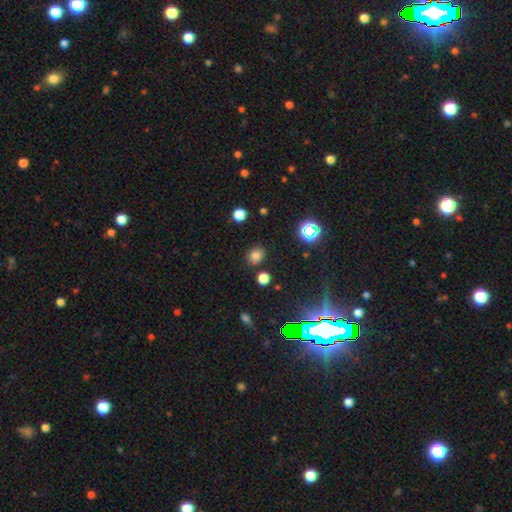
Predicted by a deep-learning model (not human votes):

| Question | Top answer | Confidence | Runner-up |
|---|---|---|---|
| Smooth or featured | smooth | 75% | star or artifact (19%) |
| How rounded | round | 68% | in between (31%) |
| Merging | none | 81% | minor disturbance (11%) |